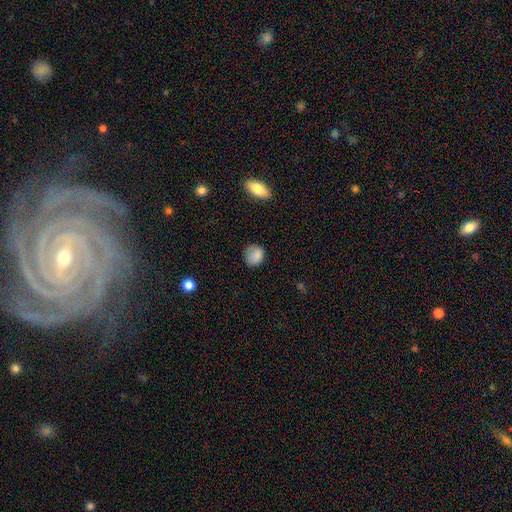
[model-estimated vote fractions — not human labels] Smooth or featured?
  - smooth: 85% *
  - star or artifact: 9%
  - featured or disk: 6%
How rounded?
  - round: 62% *
  - in between: 37%
  - cigar-shaped: 1%
Merging?
  - none: 71% *
  - minor disturbance: 22%
  - major disturbance: 5%
  - merger: 2%